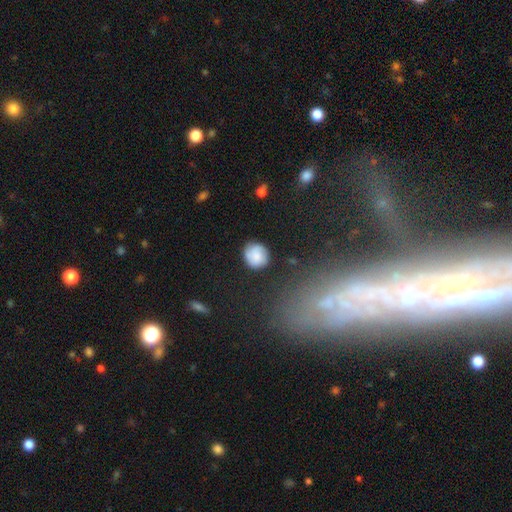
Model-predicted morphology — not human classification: Smooth or featured: smooth — 62% (featured or disk — 29%)
How rounded: round — 81% (in between — 18%)
Merging: none — 76% (minor disturbance — 17%)